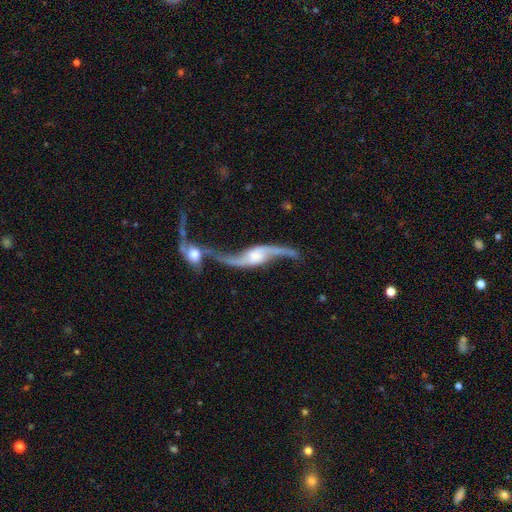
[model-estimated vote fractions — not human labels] Smooth or featured: featured or disk — 88% (smooth — 7%)
Edge-on disk: no — 87% (yes — 13%)
Bar: no — 47% (weak — 37%)
Spiral arms: yes — 94% (no — 6%)
Spiral winding: loose — 92% (medium — 6%)
Spiral arm count: 2 — 93% (1 — 2%)
Bulge size: moderate — 36% (small — 34%)
Merging: merger — 58% (none — 25%)